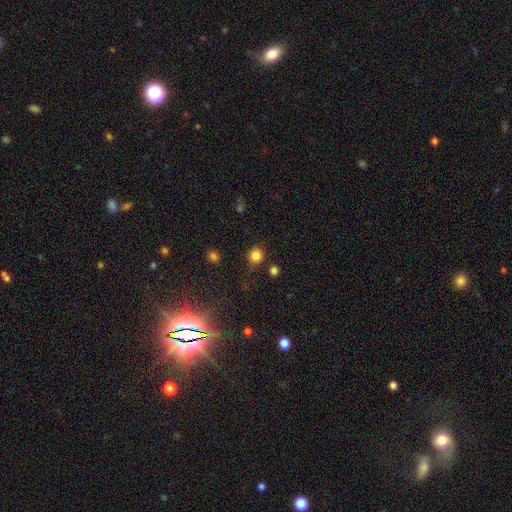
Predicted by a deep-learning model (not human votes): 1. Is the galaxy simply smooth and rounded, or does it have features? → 83% smooth, 13% star or artifact, 4% featured or disk.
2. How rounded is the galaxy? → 90% round, 9% in between, 1% cigar-shaped.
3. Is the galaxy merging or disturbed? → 80% none, 12% minor disturbance, 4% merger, 4% major disturbance.